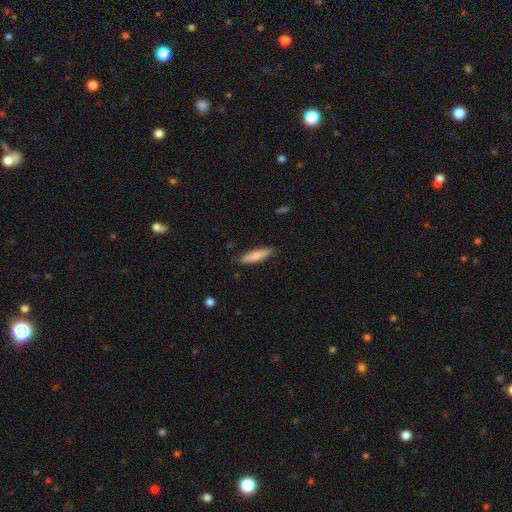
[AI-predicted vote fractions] A smooth galaxy with no disk features (78%) that is cigar-shaped (72%).

Vote fractions:
- Smooth or featured? smooth: 78% / featured or disk: 17% / star or artifact: 6%
- How rounded? cigar-shaped: 72% / in between: 27% / round: 2%
- Merging? none: 86% / minor disturbance: 11% / major disturbance: 2% / merger: 1%